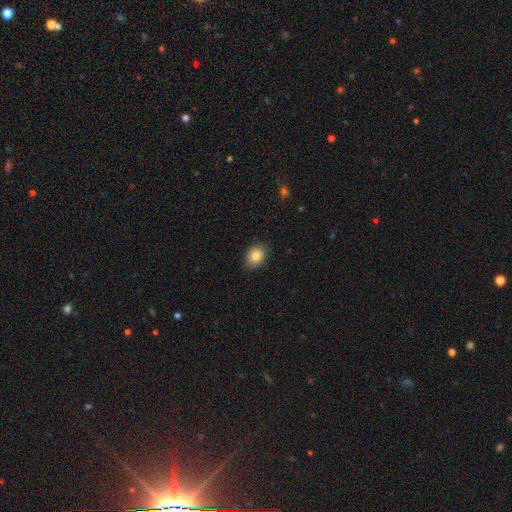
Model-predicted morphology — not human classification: A smooth galaxy with no disk features (83%) that is in between round and cigar-shaped (59%).

Vote fractions:
- Smooth or featured? smooth: 83% / star or artifact: 9% / featured or disk: 8%
- How rounded? in between: 59% / round: 40% / cigar-shaped: 1%
- Merging? none: 84% / minor disturbance: 13% / major disturbance: 2% / merger: 1%